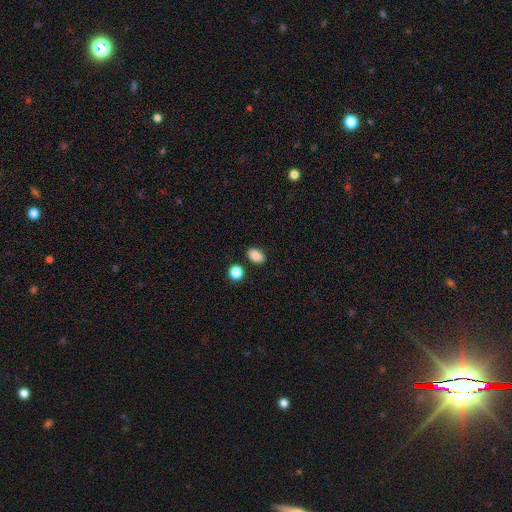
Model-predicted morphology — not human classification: type=smooth (87%); roundness=in between (85%); merging=none (85%).